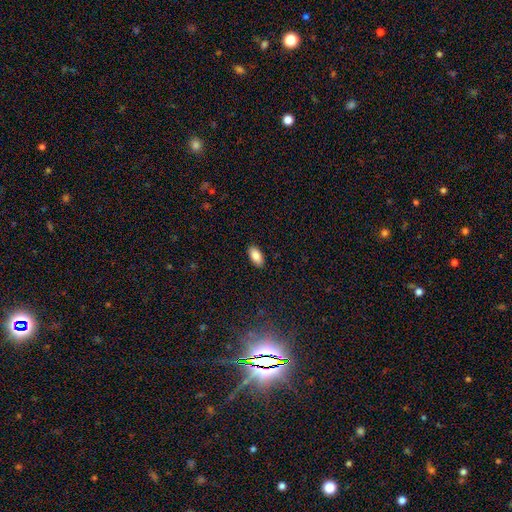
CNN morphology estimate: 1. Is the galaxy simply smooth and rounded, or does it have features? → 85% smooth, 8% featured or disk, 7% star or artifact.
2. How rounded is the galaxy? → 92% in between, 6% cigar-shaped, 2% round.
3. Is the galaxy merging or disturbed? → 89% none, 8% minor disturbance, 2% major disturbance, 1% merger.